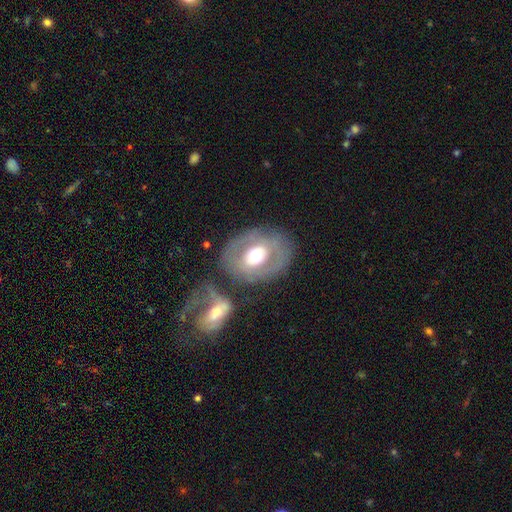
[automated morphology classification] smooth_or_featured: featured or disk (p=0.61) [alt: smooth p=0.33]
disk_edge_on: no (p=0.94) [alt: yes p=0.06]
bar: no (p=0.50) [alt: weak p=0.31]
has_spiral_arms: no (p=0.58) [alt: yes p=0.42]
bulge_size: moderate (p=0.68) [alt: large p=0.22]
merging: none (p=0.58) [alt: merger p=0.19]